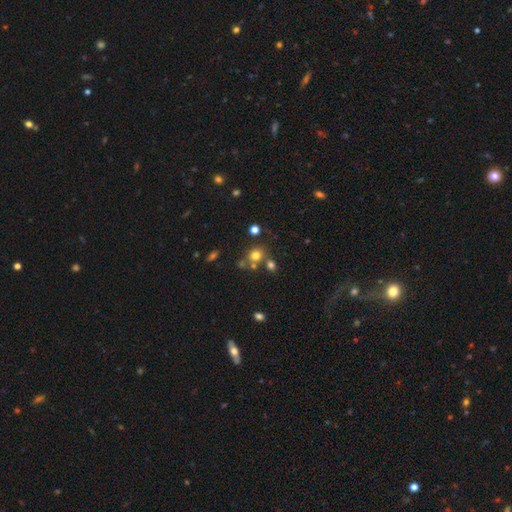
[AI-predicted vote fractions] This is likely a smooth galaxy (72%). How rounded: likely round (79%). Merging: likely none (64%).